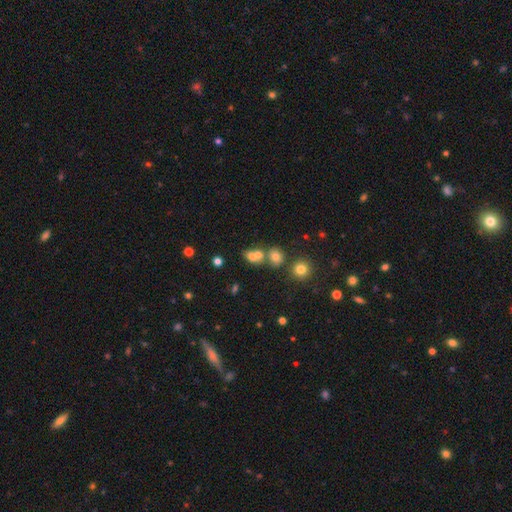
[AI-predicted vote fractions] Q: Smooth or featured?
A: smooth (66%); runner-up: star or artifact (18%)
Q: How rounded?
A: round (53%); runner-up: in between (45%)
Q: Merging?
A: merger (52%); runner-up: none (34%)